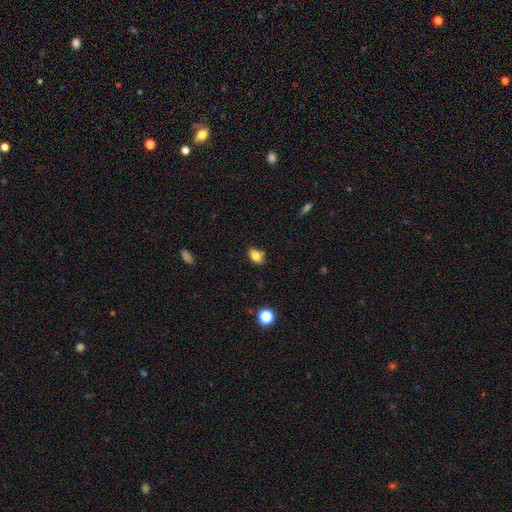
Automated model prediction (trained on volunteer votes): Smooth or featured? Predicted: smooth (p=0.82). How rounded? Predicted: in between (p=0.81). Merging? Predicted: none (p=0.72).